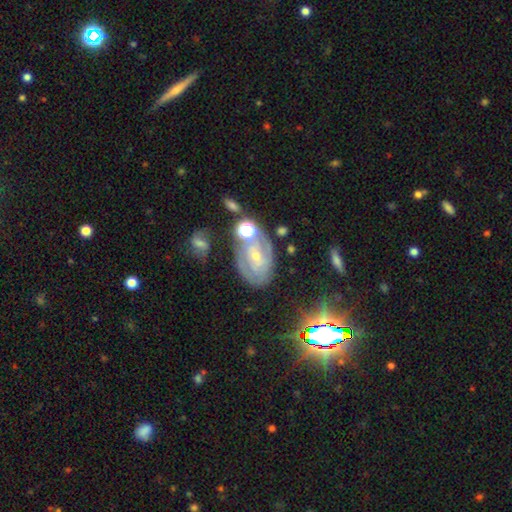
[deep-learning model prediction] Smooth or featured? featured or disk (72%)
Edge-on disk? no (96%)
Bar? no (52%)
Spiral arms? yes (80%)
Spiral winding? tight (57%)
Spiral arm count? 2 (41%)
Bulge size? small (68%)
Merging? none (58%)